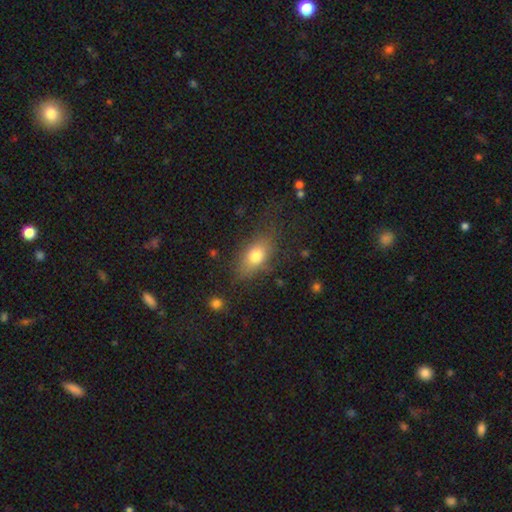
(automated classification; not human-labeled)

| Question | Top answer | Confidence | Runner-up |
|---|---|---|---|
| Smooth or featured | smooth | 76% | featured or disk (15%) |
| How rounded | in between | 80% | round (15%) |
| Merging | none | 69% | minor disturbance (19%) |